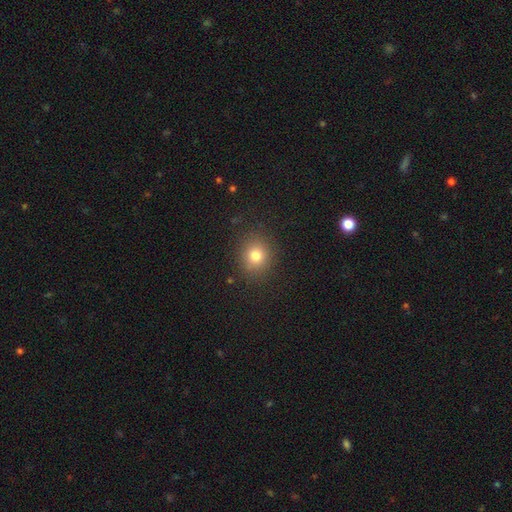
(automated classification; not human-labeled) This is likely a smooth galaxy (78%). How rounded: likely round (78%). Merging: clearly none (87%).